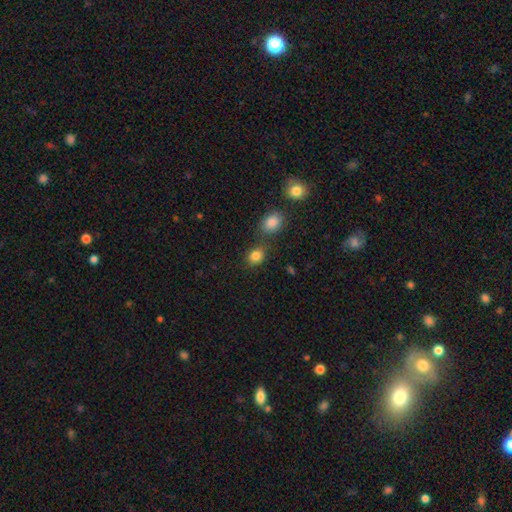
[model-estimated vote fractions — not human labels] A smooth galaxy with no disk features (83%) that is round (61%). Merging: none (66%).